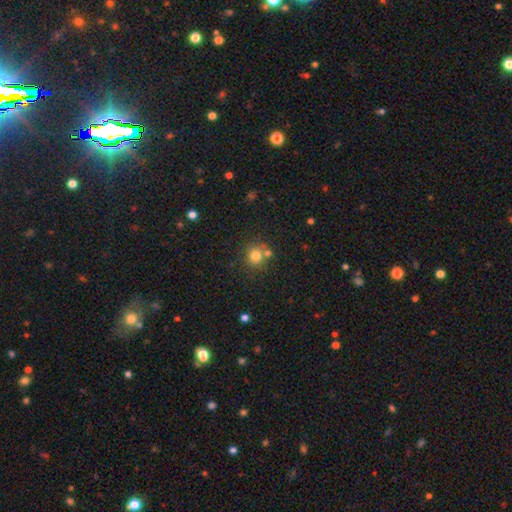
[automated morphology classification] Q: Smooth or featured?
A: smooth (78%); runner-up: star or artifact (13%)
Q: How rounded?
A: round (89%); runner-up: in between (10%)
Q: Merging?
A: none (64%); runner-up: merger (22%)